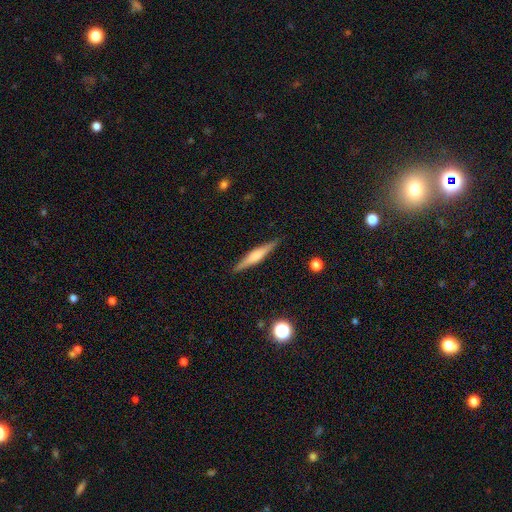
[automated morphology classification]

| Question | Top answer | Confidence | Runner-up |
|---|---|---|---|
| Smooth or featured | featured or disk | 55% | smooth (39%) |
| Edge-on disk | yes | 97% | no (3%) |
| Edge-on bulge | rounded | 62% | boxy (24%) |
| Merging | none | 90% | minor disturbance (7%) |